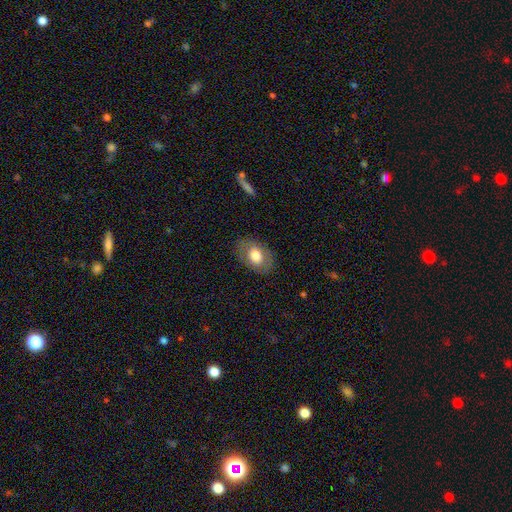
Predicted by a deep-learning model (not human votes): A smooth galaxy with no disk features (70%) that is in between round and cigar-shaped (81%).

Vote fractions:
- Smooth or featured? smooth: 70% / featured or disk: 23% / star or artifact: 7%
- How rounded? in between: 81% / round: 18% / cigar-shaped: 1%
- Merging? none: 82% / minor disturbance: 12% / major disturbance: 5% / merger: 1%